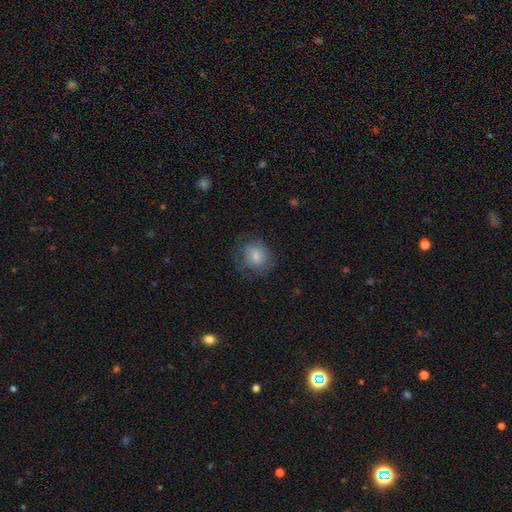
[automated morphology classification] This is likely a smooth galaxy (77%). How rounded: likely round (69%). Merging: likely none (64%).